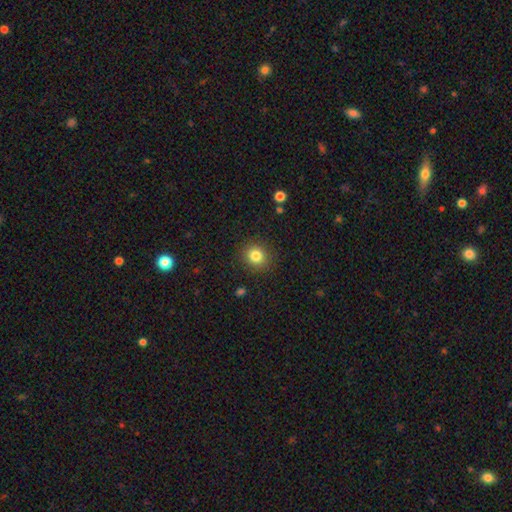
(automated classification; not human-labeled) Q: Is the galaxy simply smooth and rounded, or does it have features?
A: smooth — 83%.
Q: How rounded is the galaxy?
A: round — 83%.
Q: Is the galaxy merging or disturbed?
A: none — 89%.